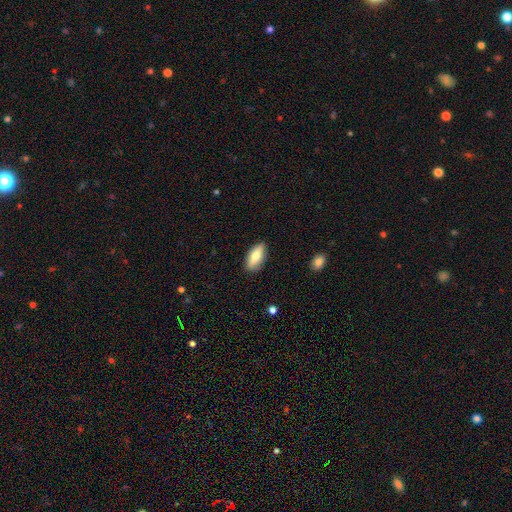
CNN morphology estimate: Q: Smooth or featured?
A: smooth (68%); runner-up: featured or disk (25%)
Q: How rounded?
A: in between (81%); runner-up: cigar-shaped (16%)
Q: Merging?
A: none (86%); runner-up: minor disturbance (11%)